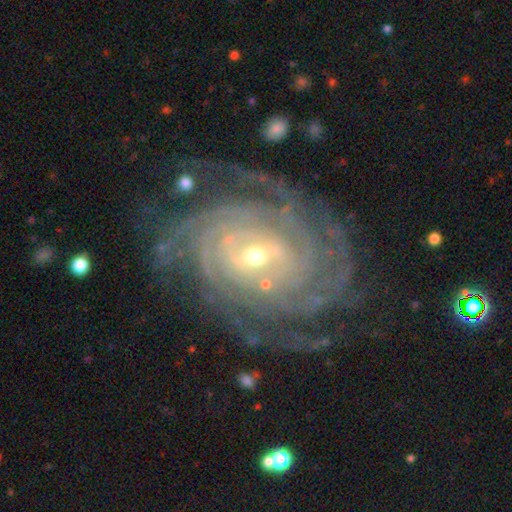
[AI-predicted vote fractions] Smooth or featured: featured or disk — 91% (star or artifact — 5%)
Edge-on disk: no — 97% (yes — 3%)
Bar: weak — 40% (no — 39%)
Spiral arms: yes — 97% (no — 3%)
Spiral winding: tight — 80% (medium — 16%)
Spiral arm count: can't tell — 25% (4 — 18%)
Bulge size: small — 62% (moderate — 34%)
Merging: none — 73% (minor disturbance — 16%)